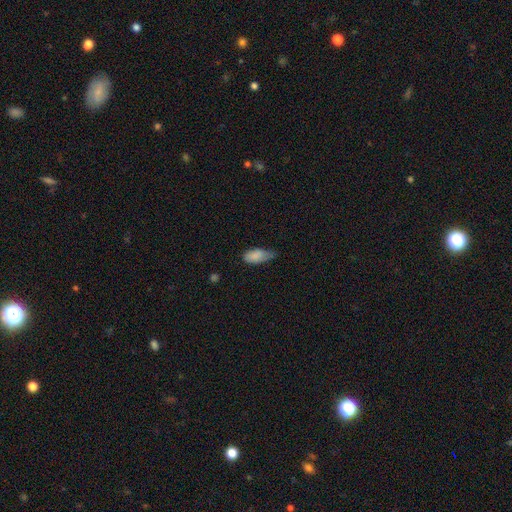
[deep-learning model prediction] A smooth galaxy with no disk features (85%) that is in between round and cigar-shaped (89%).

Vote fractions:
- Smooth or featured? smooth: 85% / featured or disk: 8% / star or artifact: 7%
- How rounded? in between: 89% / cigar-shaped: 9% / round: 3%
- Merging? minor disturbance: 49% / none: 37% / major disturbance: 12% / merger: 2%